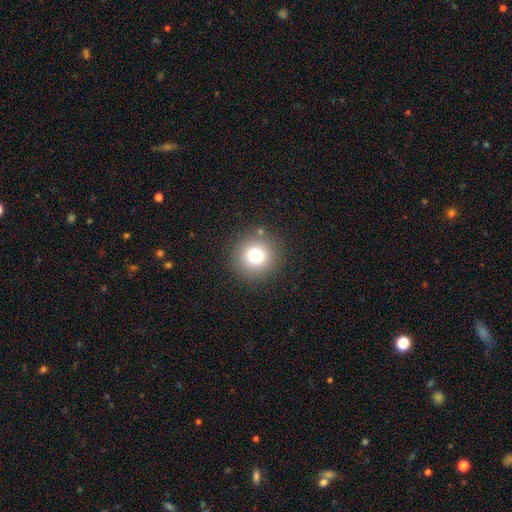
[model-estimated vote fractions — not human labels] This is likely a smooth galaxy (78%). How rounded: clearly round (93%). Merging: clearly none (87%).